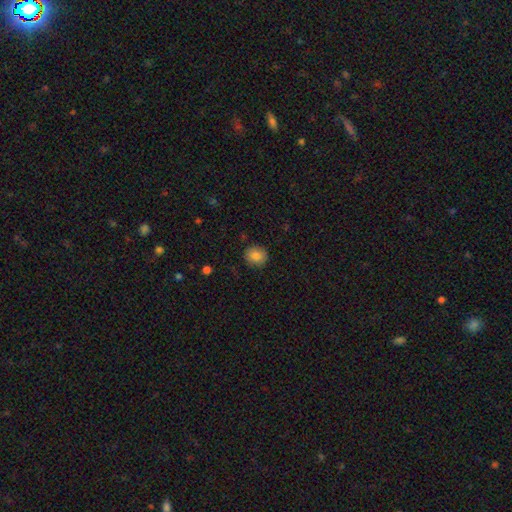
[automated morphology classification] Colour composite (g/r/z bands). It shows a smooth galaxy with no disk features (85%) that is round (83%). Merging: none (87%).